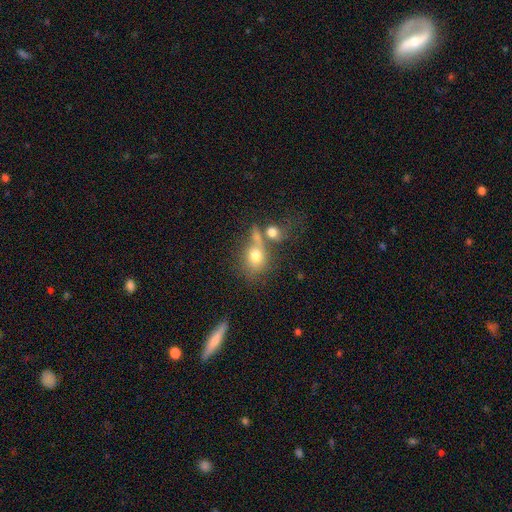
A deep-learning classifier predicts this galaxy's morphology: Smooth or featured? smooth (72%)
How rounded? round (52%)
Merging? merger (39%)